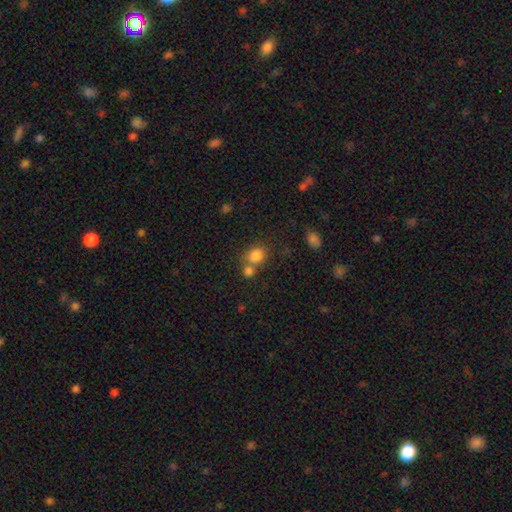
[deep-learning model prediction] Smooth or featured? Predicted: smooth (p=0.82). How rounded? Predicted: round (p=0.67). Merging? Predicted: none (p=0.51).